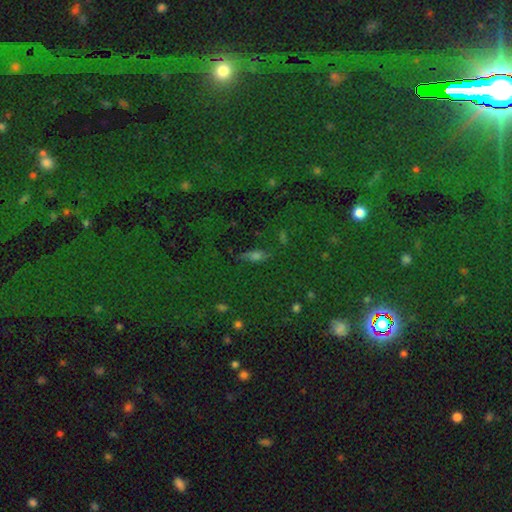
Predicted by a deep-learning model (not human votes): Smooth or featured?
  - smooth: 50% *
  - star or artifact: 27%
  - featured or disk: 23%
Merging?
  - none: 78% *
  - minor disturbance: 13%
  - major disturbance: 5%
  - merger: 3%